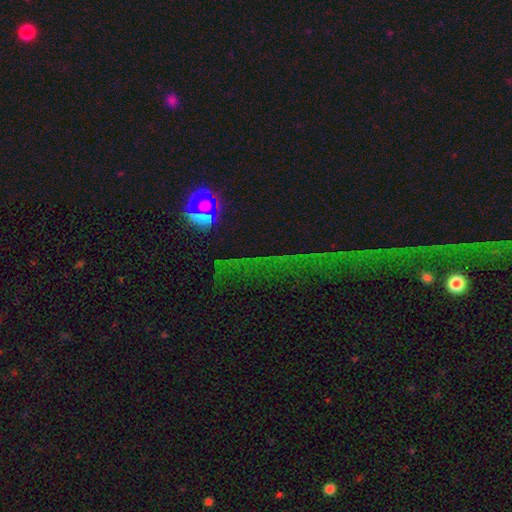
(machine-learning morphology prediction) A star or artifact, not a galaxy (72%).

Vote fractions:
- Smooth or featured? star or artifact: 72% / smooth: 14% / featured or disk: 14%